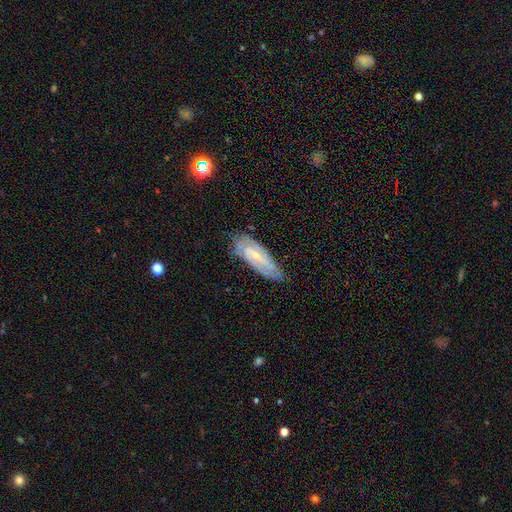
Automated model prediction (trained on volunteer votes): Smooth or featured: featured or disk — 81% (smooth — 12%)
Edge-on disk: no — 89% (yes — 11%)
Bar: weak — 45% (no — 28%)
Spiral arms: yes — 95% (no — 5%)
Spiral winding: tight — 52% (medium — 37%)
Spiral arm count: 2 — 48% (can't tell — 24%)
Bulge size: small — 70% (moderate — 25%)
Merging: none — 74% (minor disturbance — 19%)